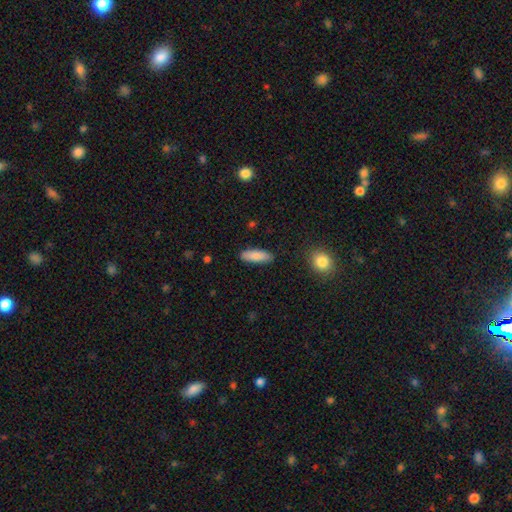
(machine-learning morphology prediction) This is clearly a smooth galaxy (86%). How rounded: likely in between (60%). Merging: clearly none (88%).